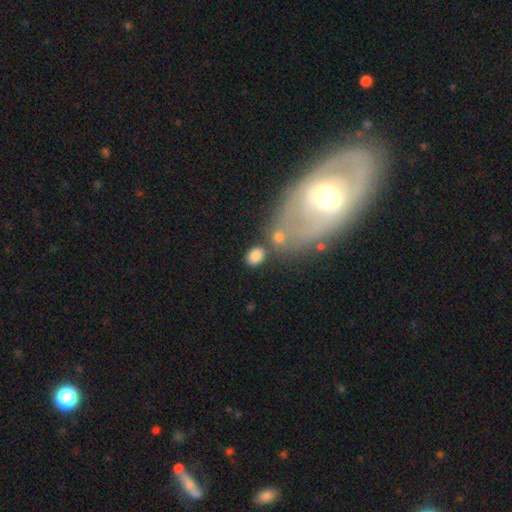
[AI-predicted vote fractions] This is clearly a smooth galaxy (83%). How rounded: likely in between (67%). Merging: likely none (64%).